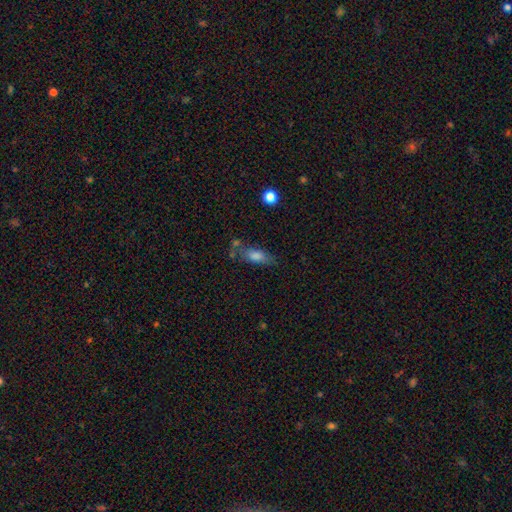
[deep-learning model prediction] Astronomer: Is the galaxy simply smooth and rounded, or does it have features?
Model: smooth — 70%.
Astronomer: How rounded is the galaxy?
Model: in between — 66%.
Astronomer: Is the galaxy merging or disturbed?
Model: none — 58%.